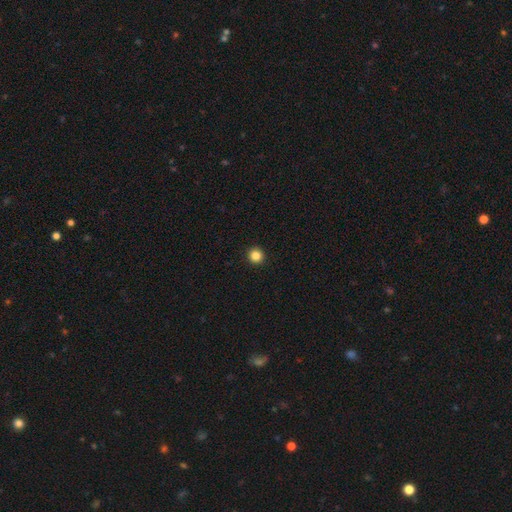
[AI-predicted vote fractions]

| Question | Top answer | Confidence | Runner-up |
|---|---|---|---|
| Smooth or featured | smooth | 85% | star or artifact (11%) |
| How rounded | round | 96% | in between (3%) |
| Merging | none | 94% | minor disturbance (4%) |